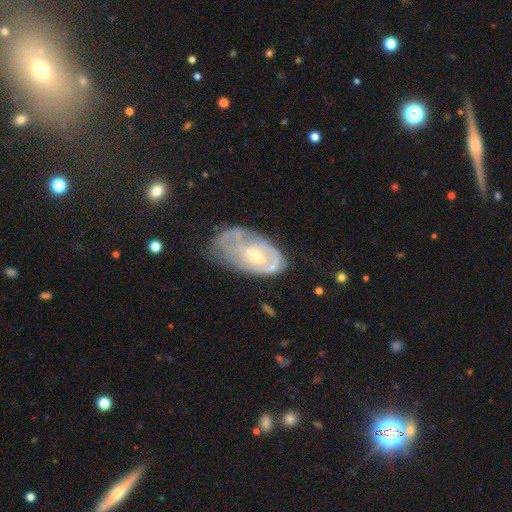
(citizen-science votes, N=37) This appears to be a featured or disk galaxy (78%) with no bar (52%), 2 (29%) medium (50%) spiral arms (89%) and a small central bulge (74%). Merging: none (37%).